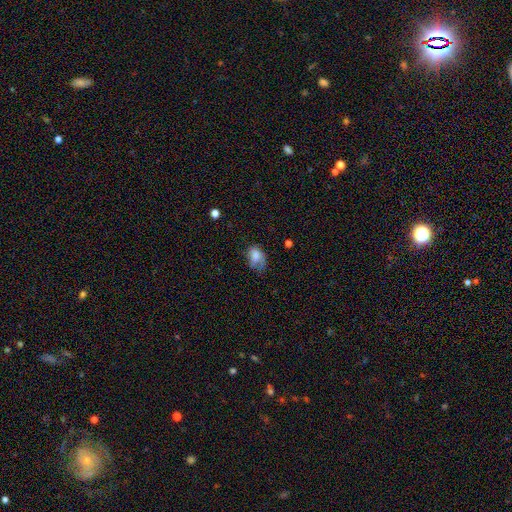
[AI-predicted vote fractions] A smooth galaxy with no disk features (71%) that is in between round and cigar-shaped (78%).

Vote fractions:
- Smooth or featured? smooth: 71% / featured or disk: 19% / star or artifact: 10%
- How rounded? in between: 78% / round: 20% / cigar-shaped: 1%
- Merging? minor disturbance: 35% / major disturbance: 32% / none: 31% / merger: 3%